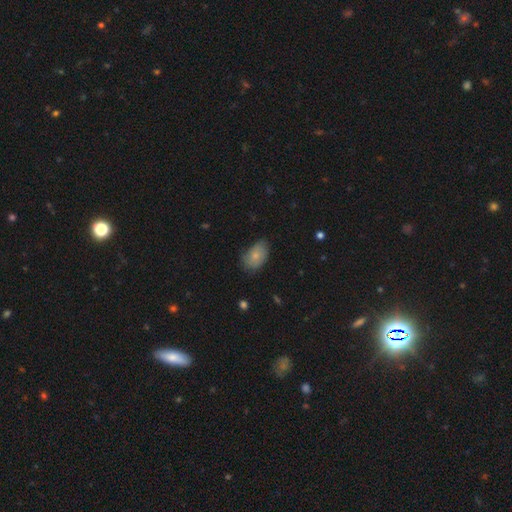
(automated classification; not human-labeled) This is likely a smooth galaxy (78%). How rounded: clearly in between (89%). Merging: likely none (64%).